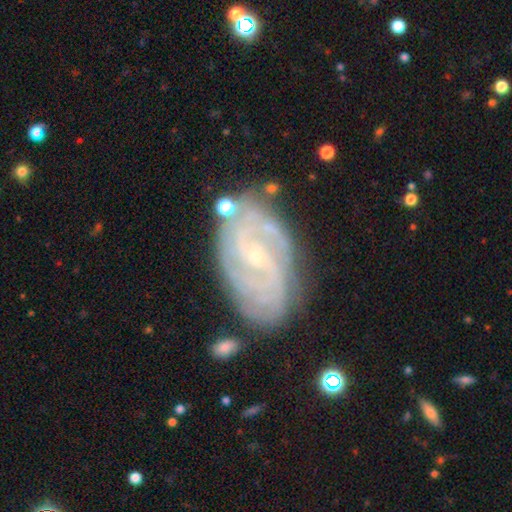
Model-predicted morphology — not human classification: Overall: featured or disk (86%). Edge-on disk: no (96%). Bar: no (52%; weak 38%). Spiral arms: yes (97%). Spiral arm count: can't tell (27%; 2 23%). Spiral winding: tight (68%). Bulge size: small (83%). Merging: none (76%).